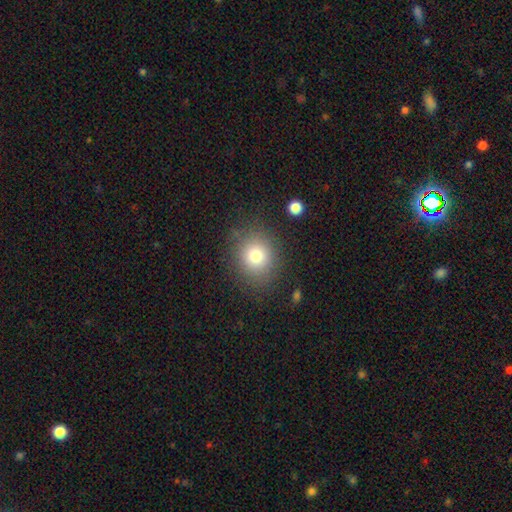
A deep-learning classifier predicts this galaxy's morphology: This is likely a smooth galaxy (77%). How rounded: likely round (80%). Merging: clearly none (83%).